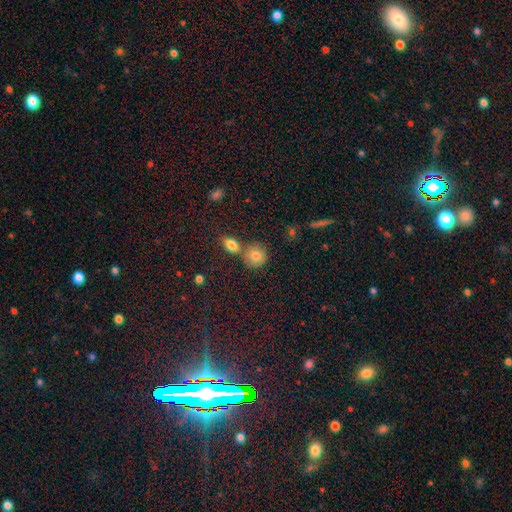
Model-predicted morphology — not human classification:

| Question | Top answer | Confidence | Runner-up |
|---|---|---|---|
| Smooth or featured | smooth | 80% | star or artifact (11%) |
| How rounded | round | 81% | in between (17%) |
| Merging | none | 60% | merger (27%) |